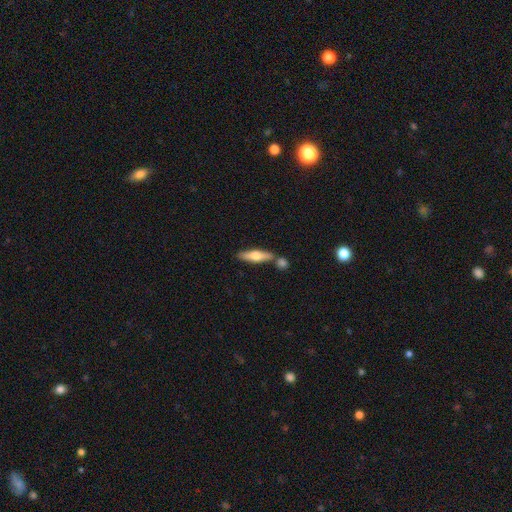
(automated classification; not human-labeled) Q: Smooth or featured?
A: smooth (56%); runner-up: featured or disk (39%)
Q: How rounded?
A: cigar-shaped (66%); runner-up: in between (32%)
Q: Merging?
A: none (68%); runner-up: merger (18%)